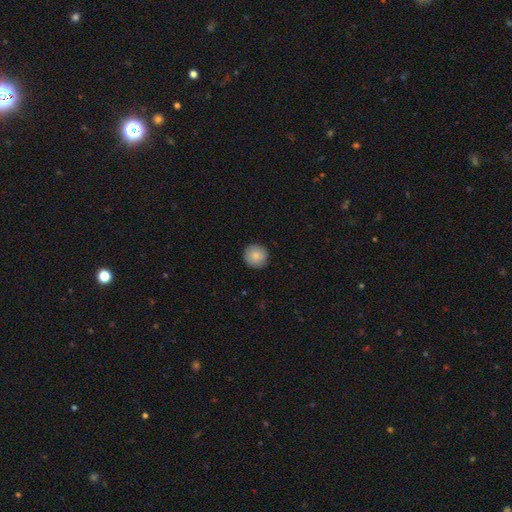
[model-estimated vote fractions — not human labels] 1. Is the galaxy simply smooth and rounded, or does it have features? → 86% smooth, 7% star or artifact, 7% featured or disk.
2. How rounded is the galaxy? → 94% round, 5% in between, 1% cigar-shaped.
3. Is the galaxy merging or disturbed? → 91% none, 6% minor disturbance, 2% major disturbance, 1% merger.